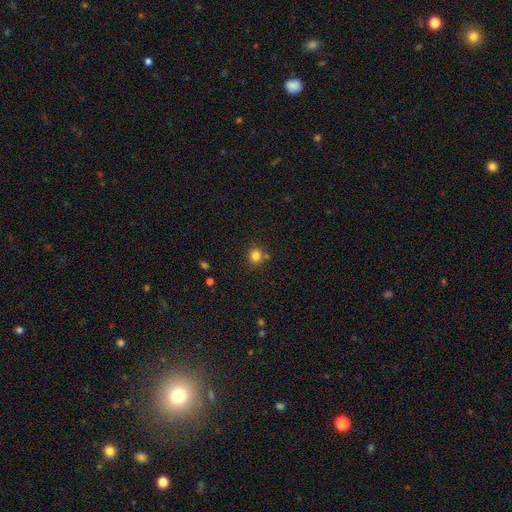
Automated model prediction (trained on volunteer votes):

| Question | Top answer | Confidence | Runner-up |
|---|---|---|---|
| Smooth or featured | smooth | 81% | star or artifact (13%) |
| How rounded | round | 88% | in between (11%) |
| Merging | none | 79% | minor disturbance (11%) |